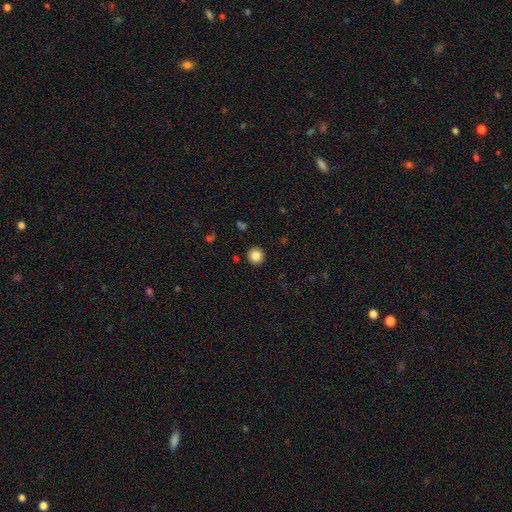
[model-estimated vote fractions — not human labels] Smooth or featured? Predicted: smooth (p=0.85). How rounded? Predicted: round (p=0.95). Merging? Predicted: none (p=0.93).